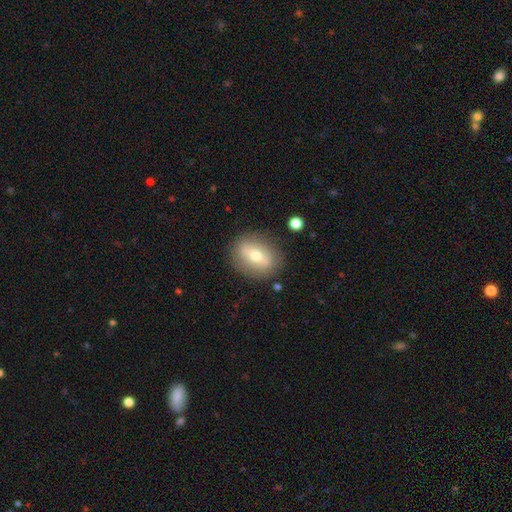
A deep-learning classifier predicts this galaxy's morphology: A smooth galaxy with no disk features (56%) that is in between round and cigar-shaped (62%).

Vote fractions:
- Smooth or featured? smooth: 56% / featured or disk: 36% / star or artifact: 8%
- How rounded? in between: 62% / round: 36% / cigar-shaped: 3%
- Merging? none: 85% / minor disturbance: 10% / major disturbance: 3% / merger: 2%